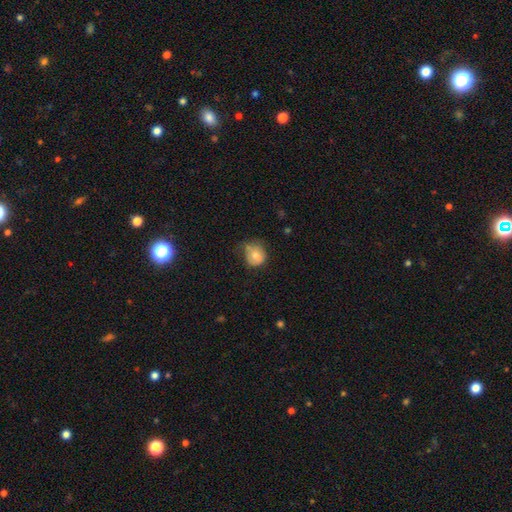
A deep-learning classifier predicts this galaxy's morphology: Smooth or featured?
  - smooth: 69% *
  - featured or disk: 22%
  - star or artifact: 9%
How rounded?
  - round: 63% *
  - in between: 36%
  - cigar-shaped: 1%
Merging?
  - none: 43% *
  - minor disturbance: 35%
  - major disturbance: 19%
  - merger: 4%